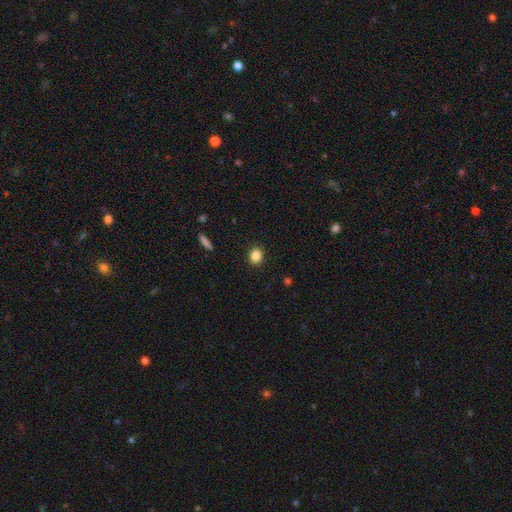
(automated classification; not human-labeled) smooth 85%, star or artifact 11%, featured or disk 5%. Down the decision tree: how rounded — round (65%); merging — none (90%).